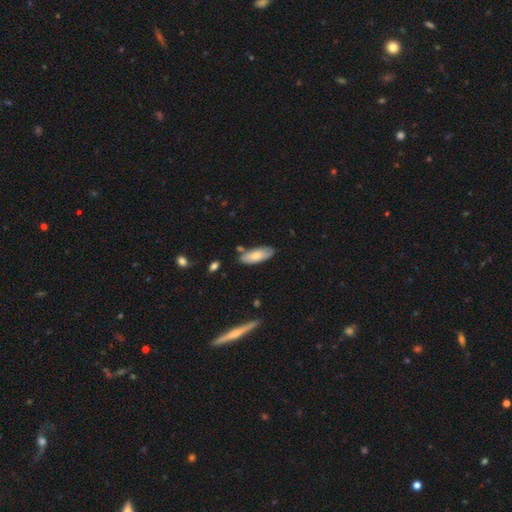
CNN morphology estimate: Overall: smooth (73%). How rounded: in between (77%). Merging: none (75%).